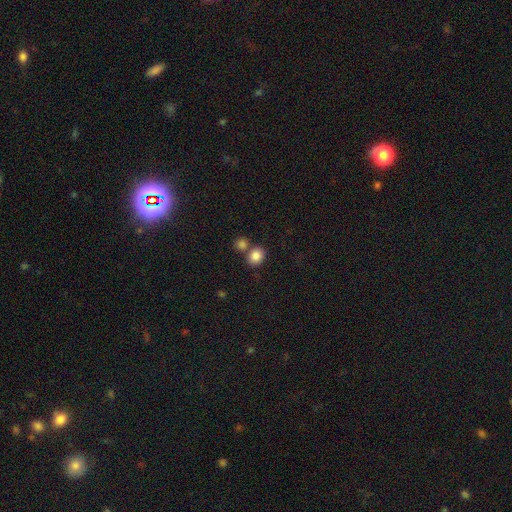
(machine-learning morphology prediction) Smooth or featured? Predicted: smooth (p=0.84). How rounded? Predicted: round (p=0.66). Merging? Predicted: none (p=0.60).